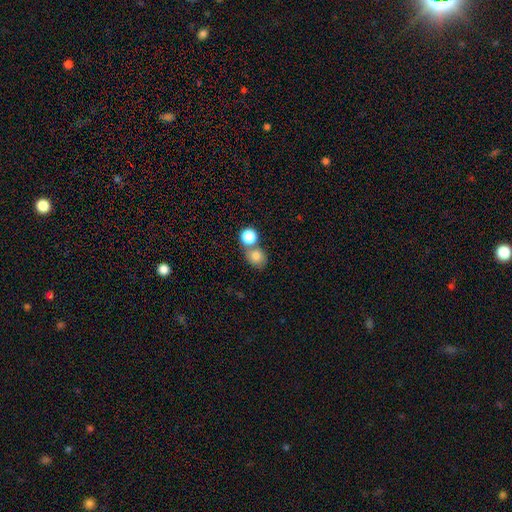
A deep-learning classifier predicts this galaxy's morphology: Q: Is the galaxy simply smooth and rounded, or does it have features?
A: smooth — 79%.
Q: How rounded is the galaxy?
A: round — 73%.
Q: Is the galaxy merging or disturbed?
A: none — 51%.